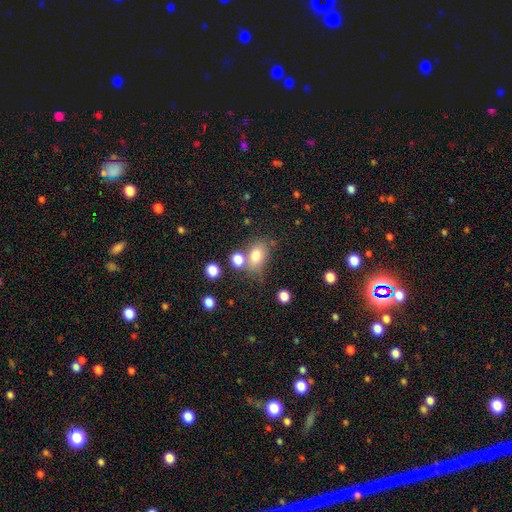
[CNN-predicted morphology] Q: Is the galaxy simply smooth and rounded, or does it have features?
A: smooth — 77%.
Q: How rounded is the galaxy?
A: in between — 66%.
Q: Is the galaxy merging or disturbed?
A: none — 59%.